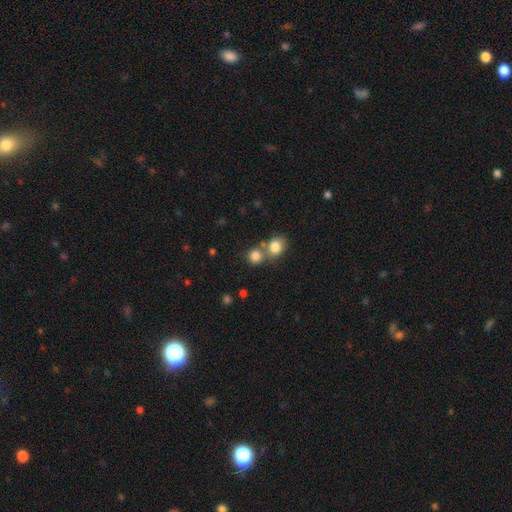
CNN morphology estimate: Overall: smooth (83%). How rounded: round (82%). Merging: none (48%; merger 42%).